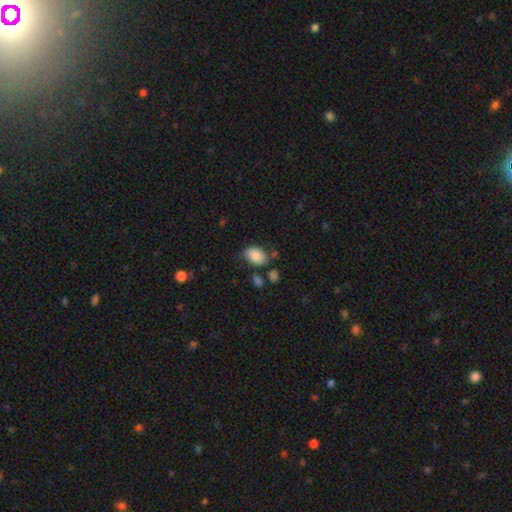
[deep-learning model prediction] This is clearly a smooth galaxy (84%). How rounded: clearly in between (88%). Merging: likely none (66%).